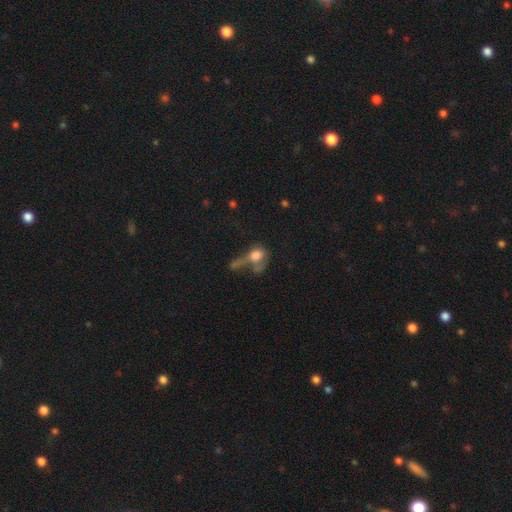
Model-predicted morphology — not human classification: This appears to be a smooth galaxy with no disk features (65%) that is in between round and cigar-shaped (54%). Merging: merger (38%).